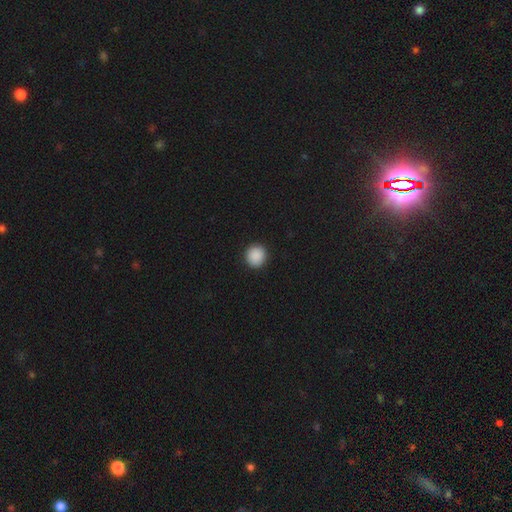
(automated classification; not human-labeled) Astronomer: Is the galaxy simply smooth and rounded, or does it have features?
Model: smooth — 90%.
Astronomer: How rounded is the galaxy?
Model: round — 92%.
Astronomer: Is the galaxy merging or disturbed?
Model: none — 93%.